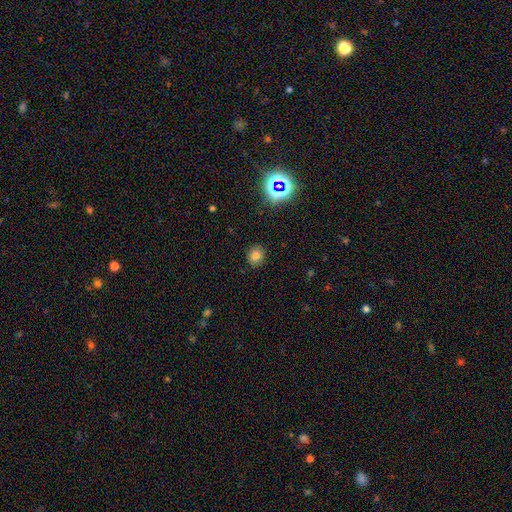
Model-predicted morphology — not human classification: Smooth or featured? smooth (76%)
How rounded? round (75%)
Merging? none (88%)